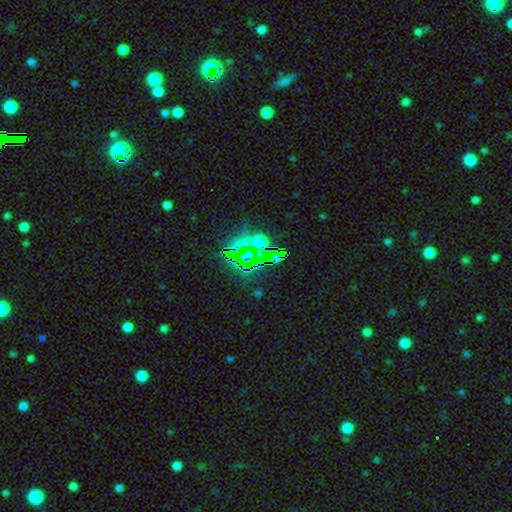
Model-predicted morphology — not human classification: Smooth or featured: star or artifact — 74% (smooth — 16%)